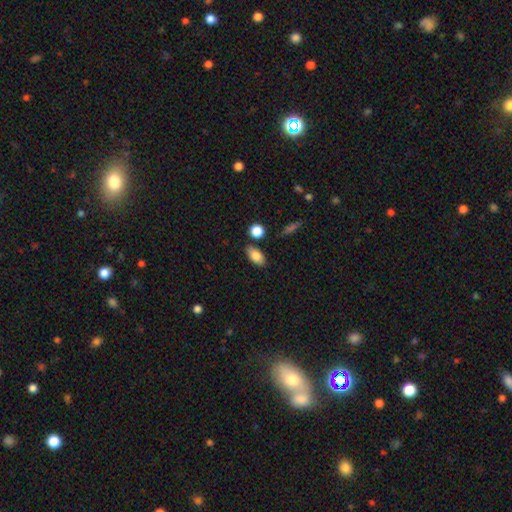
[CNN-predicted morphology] Overall: smooth (83%). How rounded: in between (89%). Merging: none (80%).